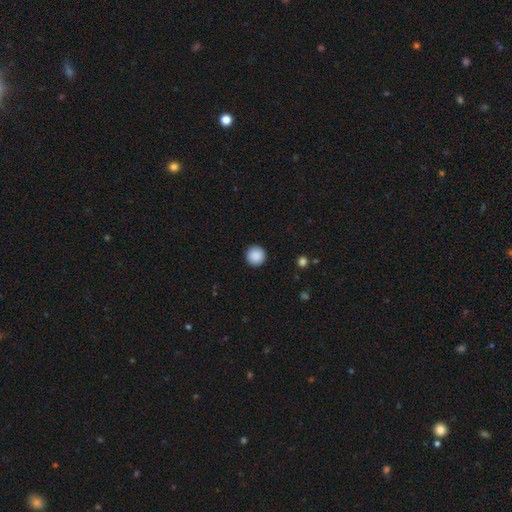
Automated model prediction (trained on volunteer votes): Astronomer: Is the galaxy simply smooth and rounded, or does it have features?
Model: smooth — 89%.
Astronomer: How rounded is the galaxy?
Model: round — 96%.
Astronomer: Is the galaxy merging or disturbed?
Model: none — 93%.